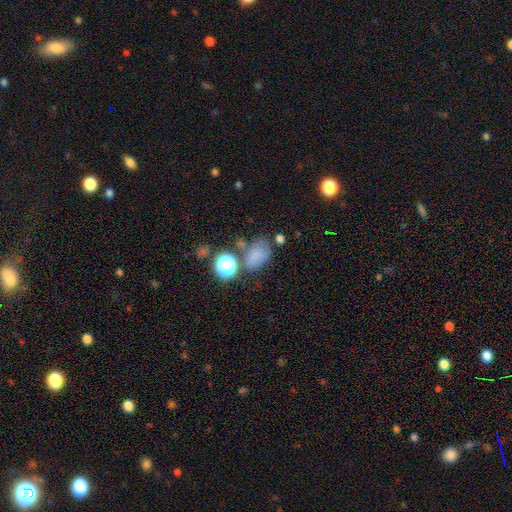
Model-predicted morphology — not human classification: smooth 66%, star or artifact 19%, featured or disk 15%. Down the decision tree: how rounded — in between (72%); merging — none (44%).